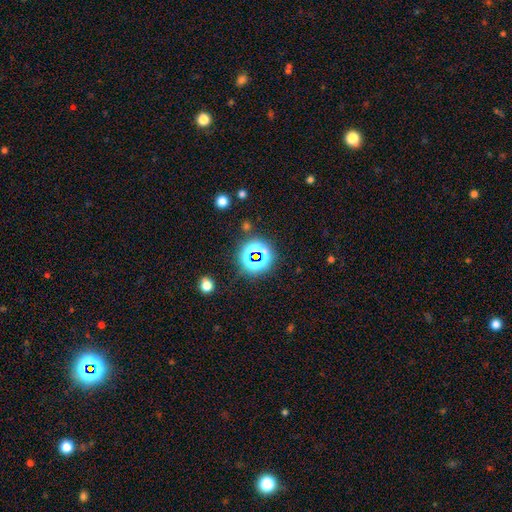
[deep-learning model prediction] The model was most divided on "smooth or featured": star or artifact: 68%, smooth: 22%, featured or disk: 10%.